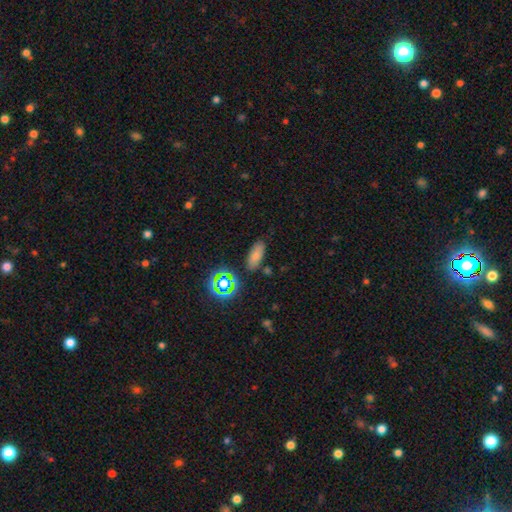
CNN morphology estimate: A smooth galaxy with no disk features (73%) that is in between round and cigar-shaped (79%).

Vote fractions:
- Smooth or featured? smooth: 73% / star or artifact: 18% / featured or disk: 10%
- How rounded? in between: 79% / cigar-shaped: 15% / round: 5%
- Merging? none: 80% / minor disturbance: 12% / merger: 4% / major disturbance: 3%